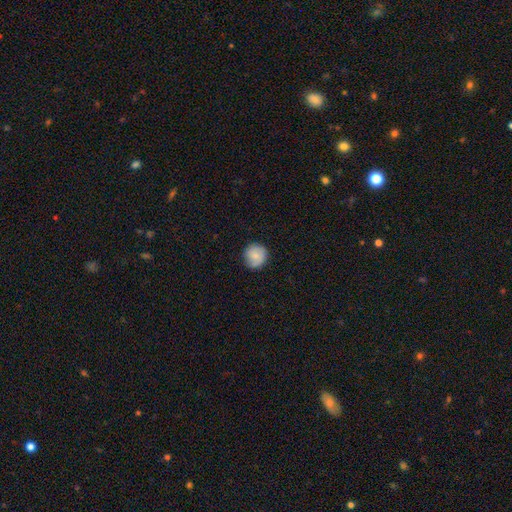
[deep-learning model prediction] Smooth or featured: smooth — 80% (featured or disk — 13%)
How rounded: round — 93% (in between — 6%)
Merging: none — 80% (minor disturbance — 16%)